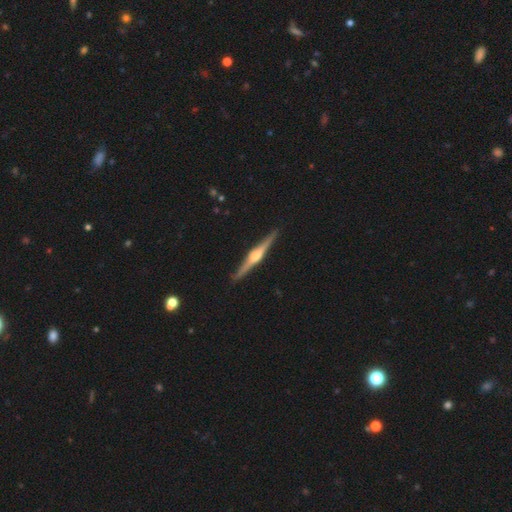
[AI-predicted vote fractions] Smooth or featured: featured or disk — 82% (smooth — 13%)
Edge-on disk: yes — 98% (no — 2%)
Edge-on bulge: rounded — 88% (boxy — 8%)
Merging: none — 91% (minor disturbance — 6%)